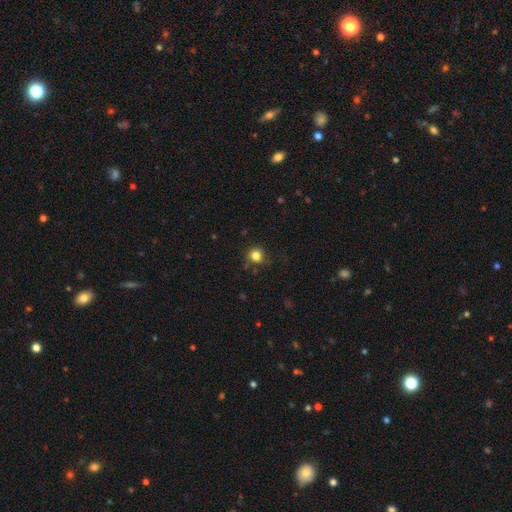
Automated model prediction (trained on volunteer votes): This is clearly a smooth galaxy (82%). How rounded: clearly round (87%). Merging: likely none (78%).